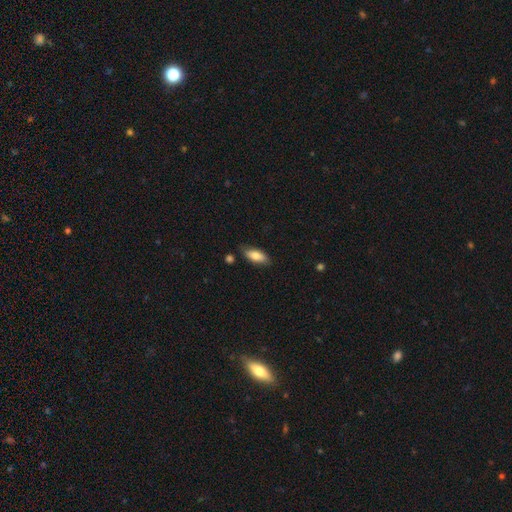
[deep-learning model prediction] Smooth or featured?
  - smooth: 81% *
  - featured or disk: 12%
  - star or artifact: 6%
How rounded?
  - in between: 79% *
  - cigar-shaped: 18%
  - round: 2%
Merging?
  - none: 79% *
  - minor disturbance: 16%
  - major disturbance: 3%
  - merger: 3%